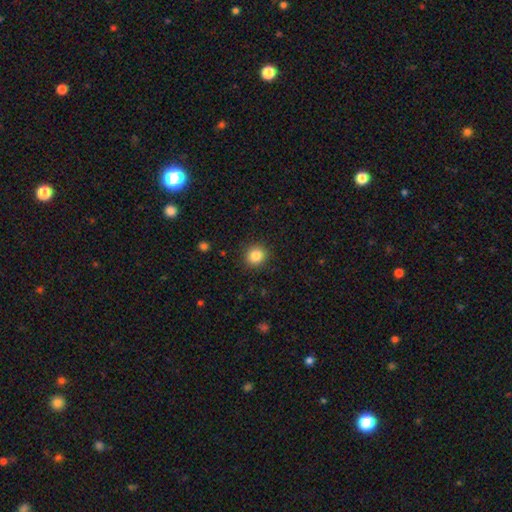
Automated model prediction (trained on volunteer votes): Smooth or featured? smooth (85%)
How rounded? round (88%)
Merging? none (90%)